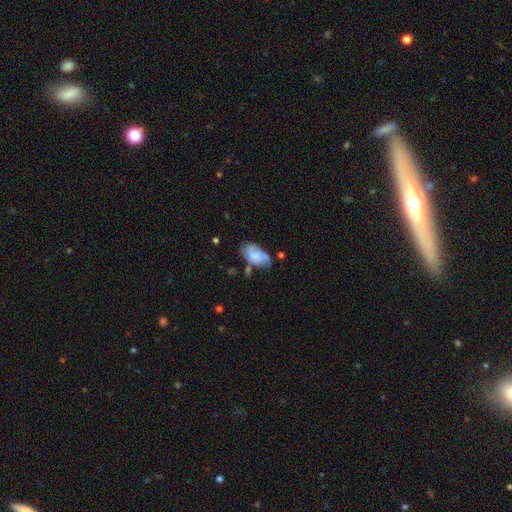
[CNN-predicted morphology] A smooth galaxy with no disk features (58%) that is in between round and cigar-shaped (92%). Merging: none (45%).